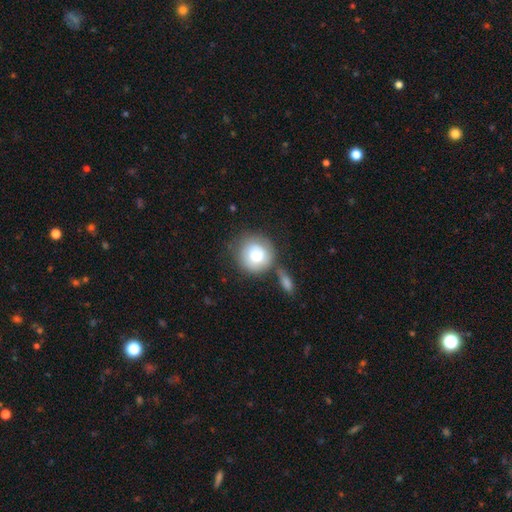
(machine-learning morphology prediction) A smooth galaxy with no disk features (73%) that is round (89%). Merging: none (58%).